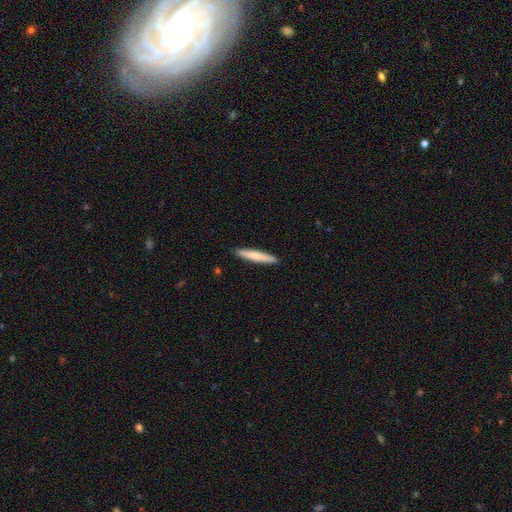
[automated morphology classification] A smooth galaxy with no disk features (72%) that is cigar-shaped (95%).

Vote fractions:
- Smooth or featured? smooth: 72% / featured or disk: 23% / star or artifact: 5%
- How rounded? cigar-shaped: 95% / in between: 4% / round: 1%
- Merging? none: 91% / minor disturbance: 6% / major disturbance: 1% / merger: 1%